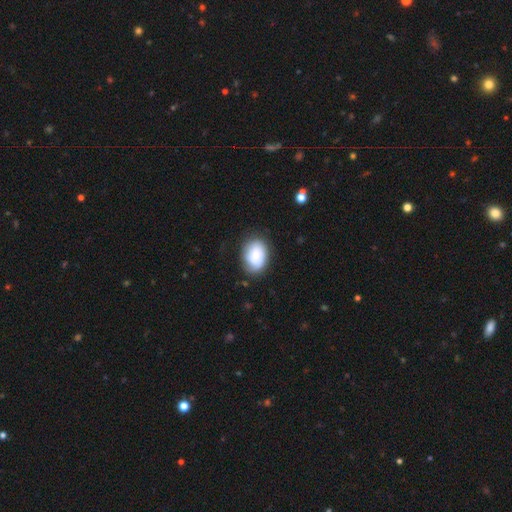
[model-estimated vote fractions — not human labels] smooth 71%, featured or disk 22%, star or artifact 7%. Down the decision tree: how rounded — in between (74%); merging — none (70%).